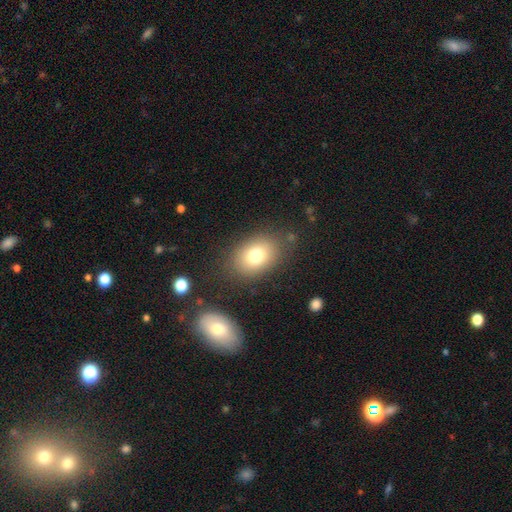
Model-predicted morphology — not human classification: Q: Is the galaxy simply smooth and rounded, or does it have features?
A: smooth — 77%.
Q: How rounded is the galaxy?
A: in between — 71%.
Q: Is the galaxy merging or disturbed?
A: none — 80%.